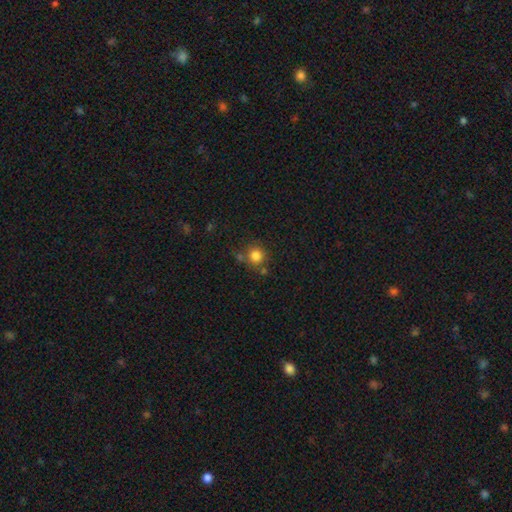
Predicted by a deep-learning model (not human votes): Morphology: type=smooth (82%); roundness=round (92%); merging=none (70%).